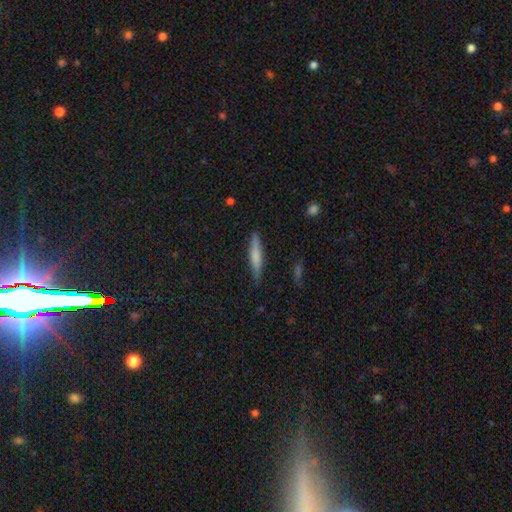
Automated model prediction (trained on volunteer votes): smooth_or_featured: smooth (p=0.66) [alt: featured or disk p=0.28]
how_rounded: cigar-shaped (p=0.88) [alt: in between p=0.10]
merging: none (p=0.85) [alt: minor disturbance p=0.11]